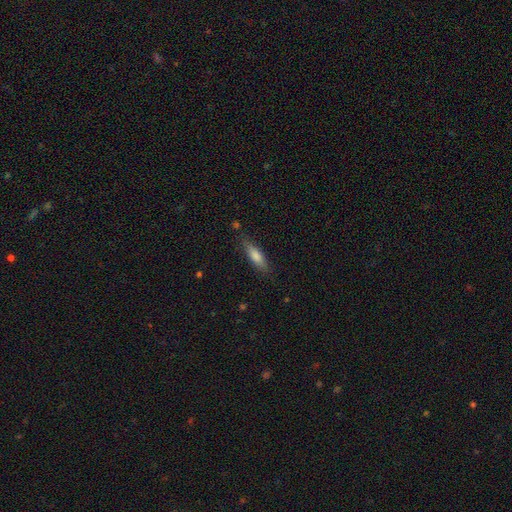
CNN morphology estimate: Q: Smooth or featured?
A: smooth (65%); runner-up: featured or disk (27%)
Q: How rounded?
A: cigar-shaped (69%); runner-up: in between (29%)
Q: Merging?
A: none (81%); runner-up: minor disturbance (14%)